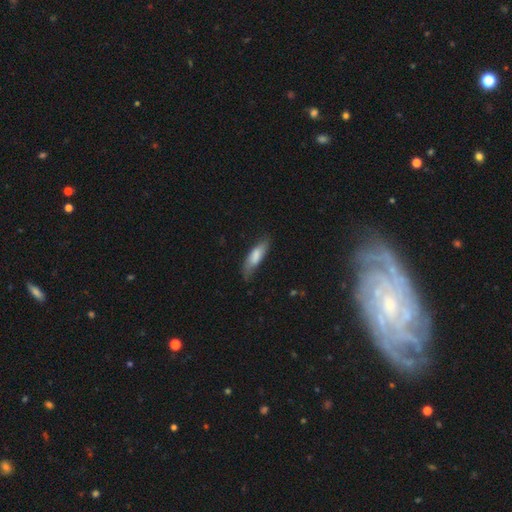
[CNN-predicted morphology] The model was most divided on "how rounded": cigar-shaped: 52%, in between: 47%, round: 2%. More confident: smooth or featured — smooth (75%); merging — none (65%).